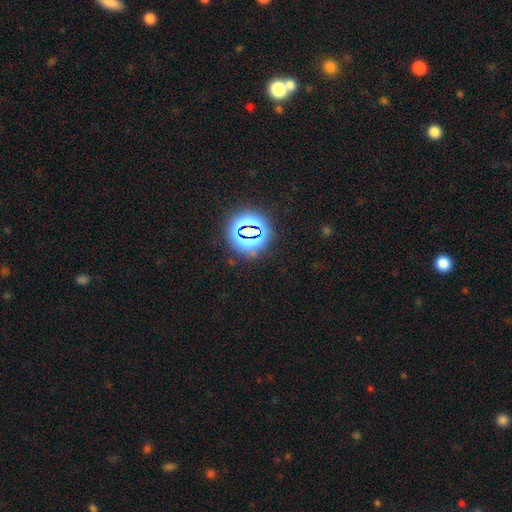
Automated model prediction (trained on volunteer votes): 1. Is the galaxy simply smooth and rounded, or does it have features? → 82% star or artifact, 12% smooth, 6% featured or disk.